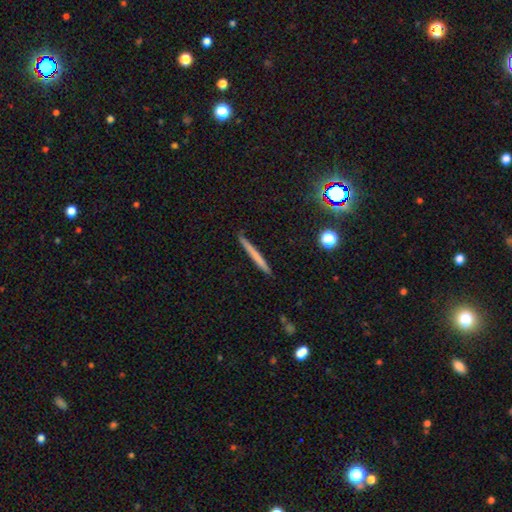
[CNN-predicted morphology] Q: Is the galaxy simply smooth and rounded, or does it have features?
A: smooth — 61%.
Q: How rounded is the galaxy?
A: cigar-shaped — 96%.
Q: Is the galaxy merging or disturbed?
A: none — 90%.